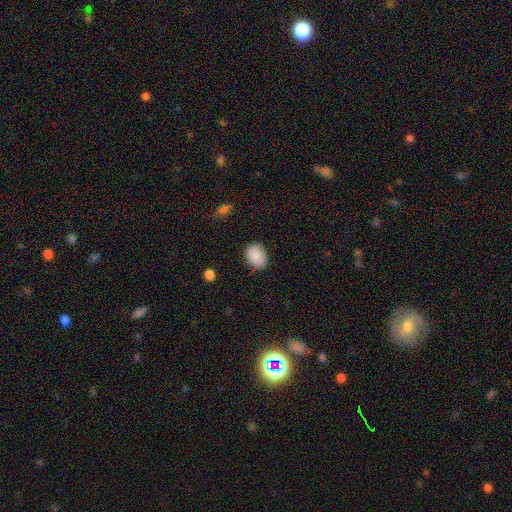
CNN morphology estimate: Smooth or featured: smooth — 87% (star or artifact — 8%)
How rounded: in between — 65% (round — 34%)
Merging: none — 78% (minor disturbance — 17%)